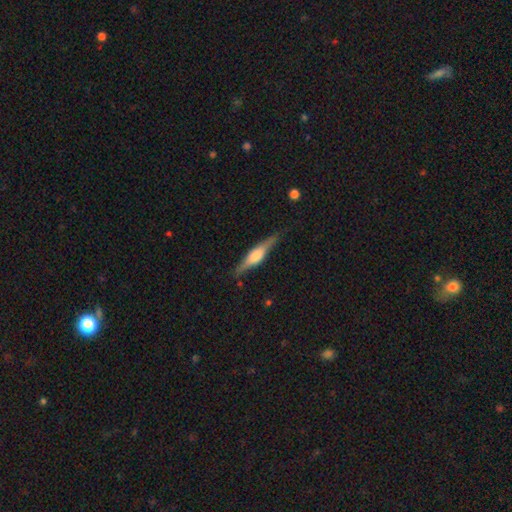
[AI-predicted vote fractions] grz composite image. It shows a featured or disk galaxy (65%) viewed edge-on (96%) with a rounded central bulge (76%). Merging: none (84%).